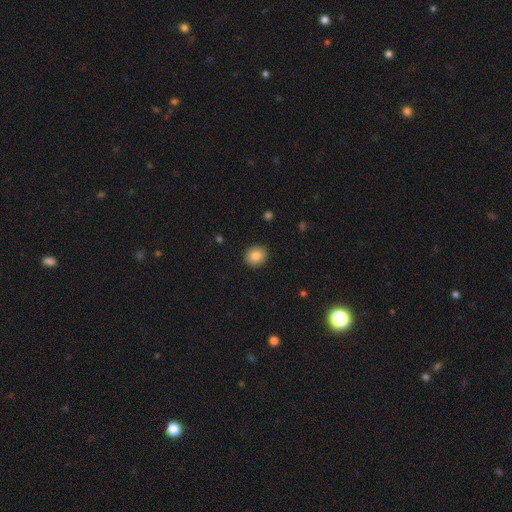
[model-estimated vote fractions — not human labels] The model was most divided on "how rounded": round: 84%, in between: 15%, cigar-shaped: 1%. More confident: merging — none (92%); smooth or featured — smooth (84%).